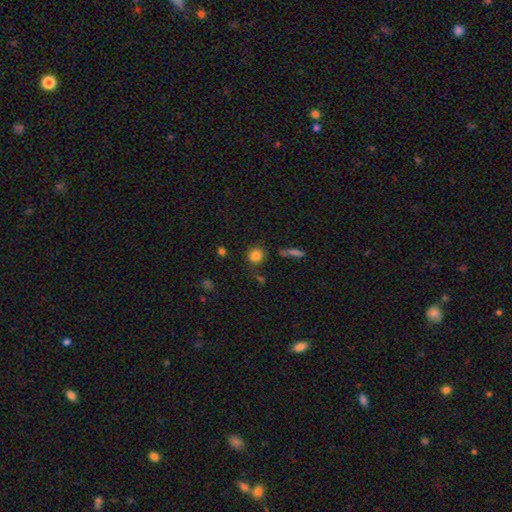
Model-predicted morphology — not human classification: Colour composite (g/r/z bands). It shows a smooth galaxy with no disk features (84%) that is round (89%). Merging: none (80%).